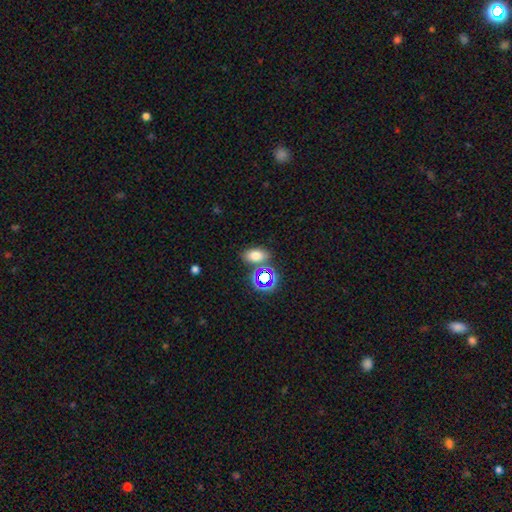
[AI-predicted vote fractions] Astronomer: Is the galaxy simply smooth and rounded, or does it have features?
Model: smooth — 70%.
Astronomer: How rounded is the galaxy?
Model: in between — 84%.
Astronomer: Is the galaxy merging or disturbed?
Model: none — 73%.